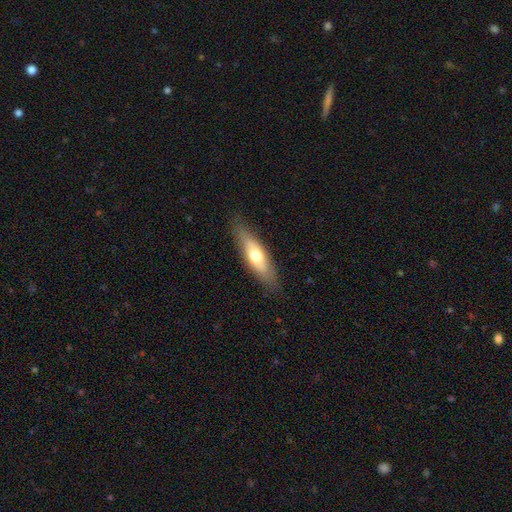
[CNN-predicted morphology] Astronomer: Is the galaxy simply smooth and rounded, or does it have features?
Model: smooth — 59% (runner-up: featured or disk, 36%).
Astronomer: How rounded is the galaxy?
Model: cigar-shaped — 54% (runner-up: in between, 43%).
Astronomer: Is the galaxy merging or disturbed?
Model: none — 83%.